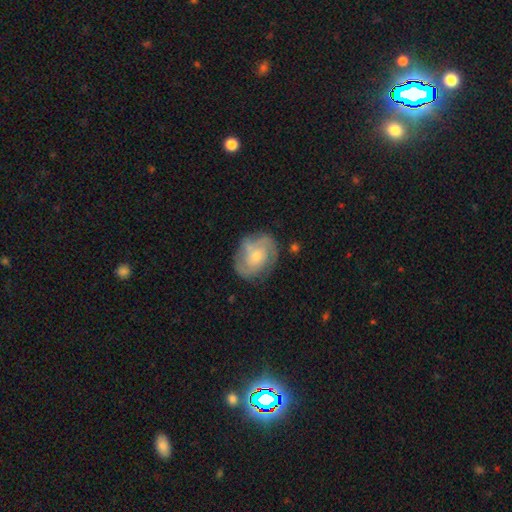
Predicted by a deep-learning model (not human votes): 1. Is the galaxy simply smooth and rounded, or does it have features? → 70% featured or disk, 23% smooth, 7% star or artifact.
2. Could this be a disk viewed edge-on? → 97% no, 3% yes.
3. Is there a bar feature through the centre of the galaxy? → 72% no, 24% weak, 4% strong.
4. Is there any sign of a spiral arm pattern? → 89% yes, 11% no.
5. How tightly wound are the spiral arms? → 50% tight, 38% medium, 12% loose.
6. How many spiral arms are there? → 29% can't tell, 28% 3, 27% 2, 8% 4, 5% 1, 4% more than 4.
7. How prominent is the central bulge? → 48% moderate, 43% small, 4% large, 3% none, 1% dominant.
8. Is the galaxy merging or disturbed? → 72% none, 19% minor disturbance, 7% major disturbance, 2% merger.